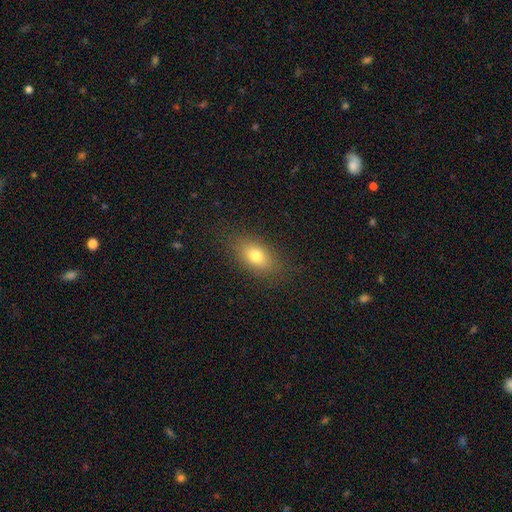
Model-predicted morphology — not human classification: Smooth or featured?
  - smooth: 77% *
  - featured or disk: 13%
  - star or artifact: 10%
How rounded?
  - in between: 83% *
  - round: 11%
  - cigar-shaped: 6%
Merging?
  - none: 85% *
  - minor disturbance: 11%
  - major disturbance: 3%
  - merger: 1%